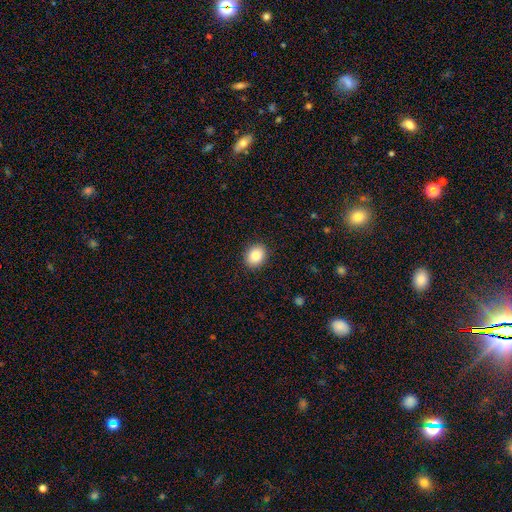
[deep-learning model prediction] Overall: smooth (84%). How rounded: round (60%; in between 39%). Merging: none (91%).